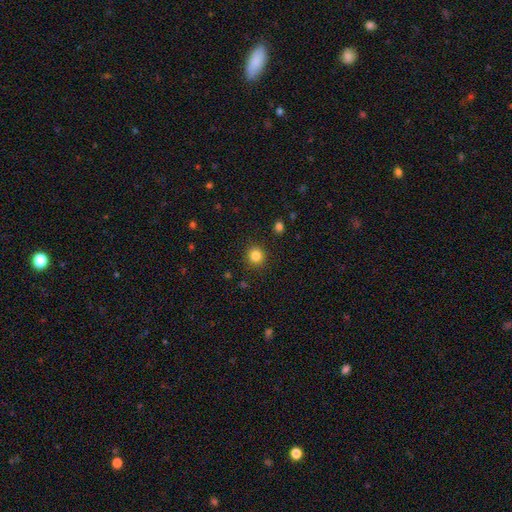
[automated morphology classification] This appears to be a smooth galaxy with no disk features (84%) that is round (92%). Merging: none (91%).